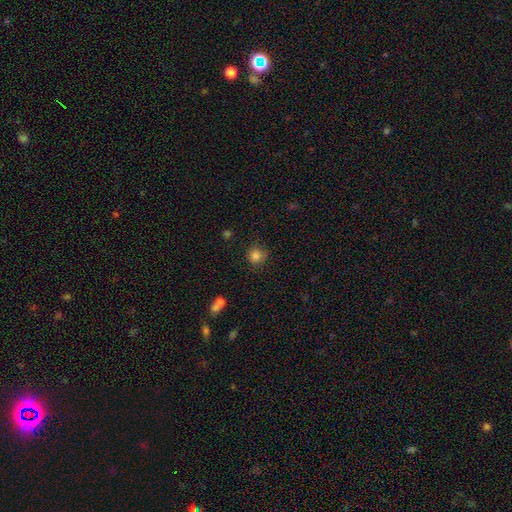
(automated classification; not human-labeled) A smooth galaxy with no disk features (83%) that is round (91%). Merging: none (83%).